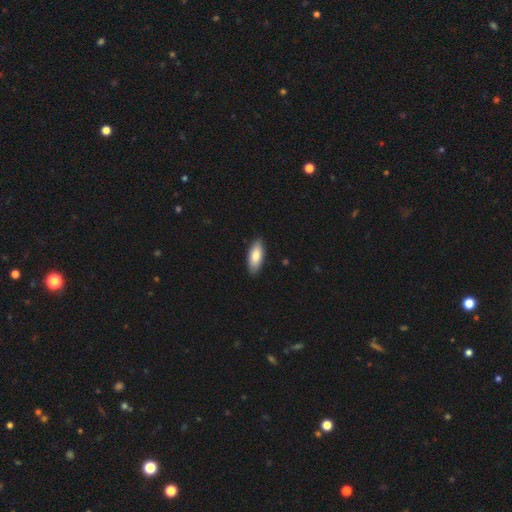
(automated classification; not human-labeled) Smooth or featured?
  - smooth: 83% *
  - featured or disk: 12%
  - star or artifact: 5%
How rounded?
  - in between: 76% *
  - cigar-shaped: 22%
  - round: 2%
Merging?
  - none: 88% *
  - minor disturbance: 9%
  - major disturbance: 2%
  - merger: 1%